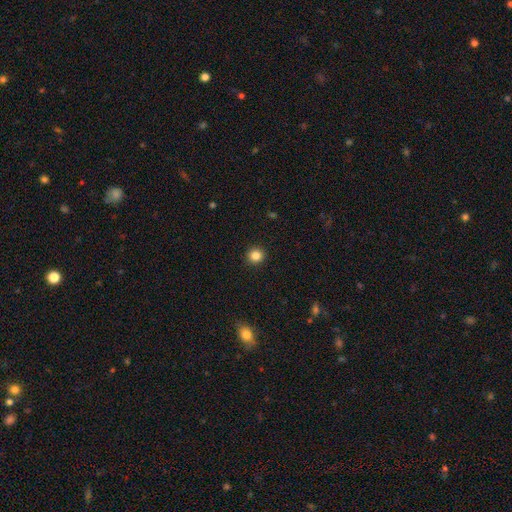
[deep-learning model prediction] Overall: smooth (84%). How rounded: round (93%). Merging: none (93%).